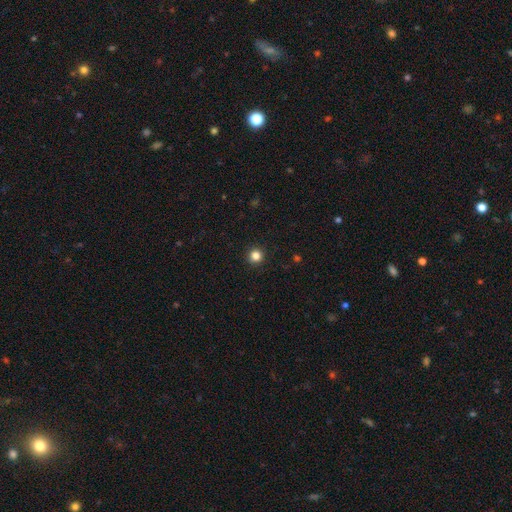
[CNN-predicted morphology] Smooth or featured? smooth (83%)
How rounded? round (95%)
Merging? none (93%)